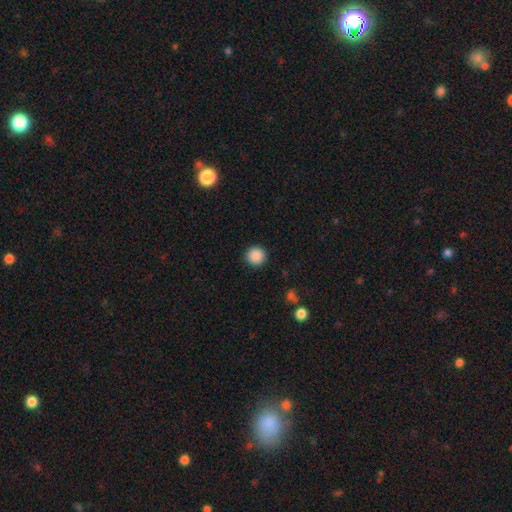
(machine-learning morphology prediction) type=smooth (88%); roundness=round (95%); merging=none (92%).